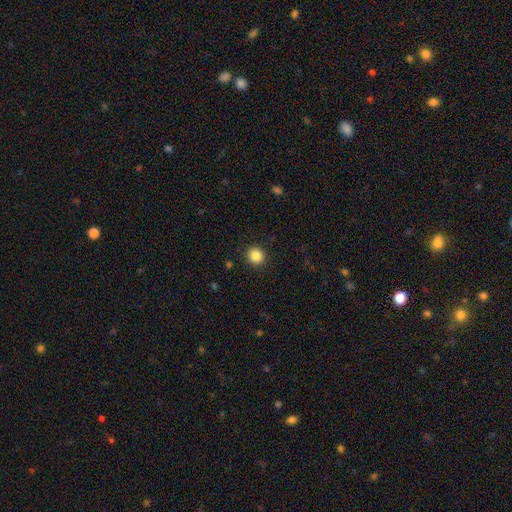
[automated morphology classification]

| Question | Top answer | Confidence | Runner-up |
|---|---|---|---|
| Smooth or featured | smooth | 86% | star or artifact (10%) |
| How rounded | round | 92% | in between (7%) |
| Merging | none | 92% | minor disturbance (5%) |